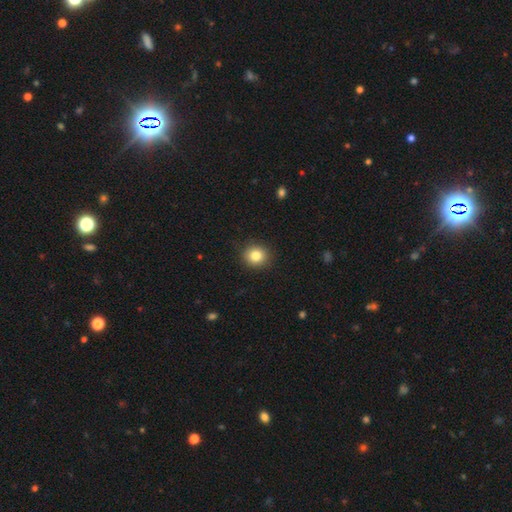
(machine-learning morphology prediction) smooth-or-featured: smooth: 83% | star or artifact: 10% | featured or disk: 6%
  how-rounded: round: 87% | in between: 12% | cigar-shaped: 1%
  merging: none: 90% | minor disturbance: 7% | major disturbance: 2% | merger: 1%